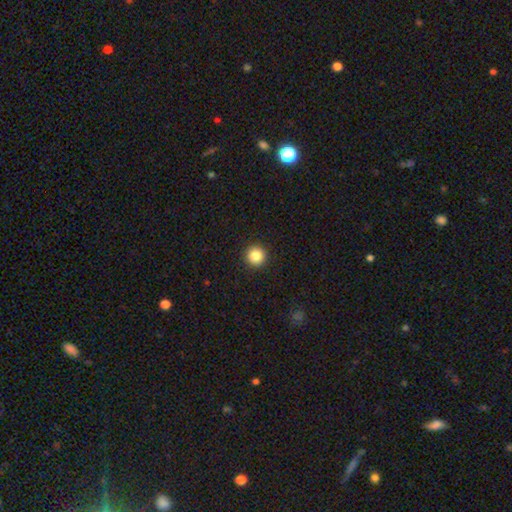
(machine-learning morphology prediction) smooth 84%, star or artifact 11%, featured or disk 5%. Down the decision tree: how rounded — round (96%); merging — none (94%).